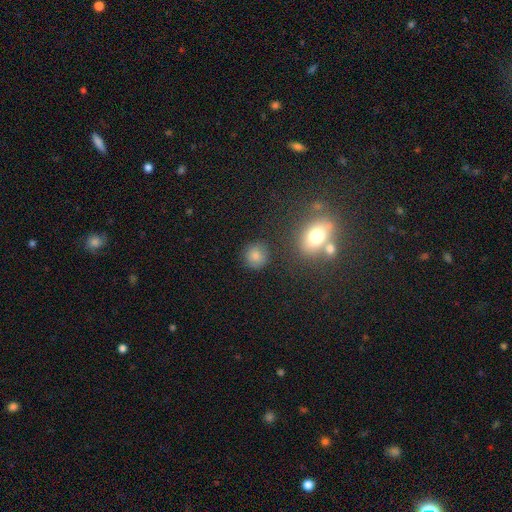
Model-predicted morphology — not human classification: smooth-or-featured: smooth: 79% | star or artifact: 13% | featured or disk: 8%
  how-rounded: round: 88% | in between: 11% | cigar-shaped: 1%
  merging: none: 82% | minor disturbance: 10% | merger: 4% | major disturbance: 4%